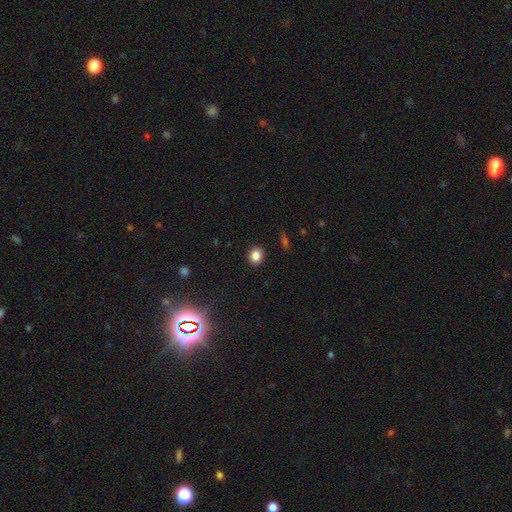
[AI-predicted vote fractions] The model was most divided on "how rounded": round: 68%, in between: 31%, cigar-shaped: 1%. More confident: merging — none (90%); smooth or featured — smooth (84%).